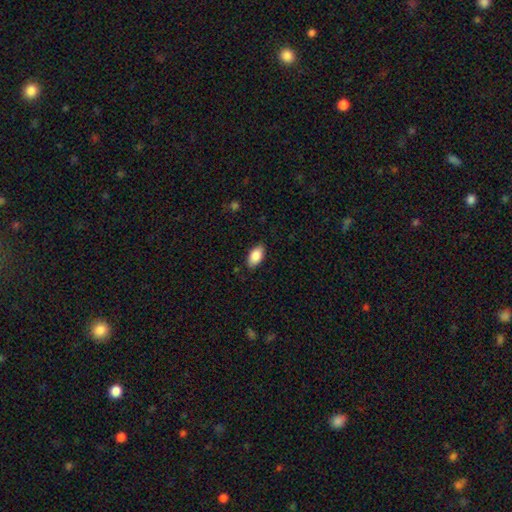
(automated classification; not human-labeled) smooth_or_featured: smooth (p=0.87) [alt: star or artifact p=0.07]
how_rounded: in between (p=0.93) [alt: round p=0.04]
merging: none (p=0.85) [alt: minor disturbance p=0.12]